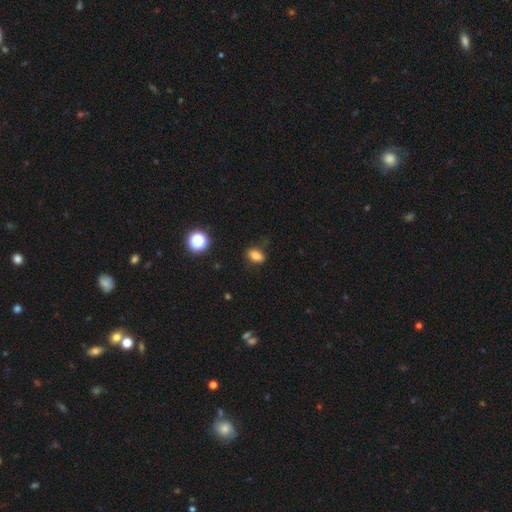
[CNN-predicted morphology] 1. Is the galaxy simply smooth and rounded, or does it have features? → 81% smooth, 12% star or artifact, 7% featured or disk.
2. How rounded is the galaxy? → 82% in between, 12% round, 6% cigar-shaped.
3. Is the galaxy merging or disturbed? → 79% none, 16% minor disturbance, 4% major disturbance, 2% merger.